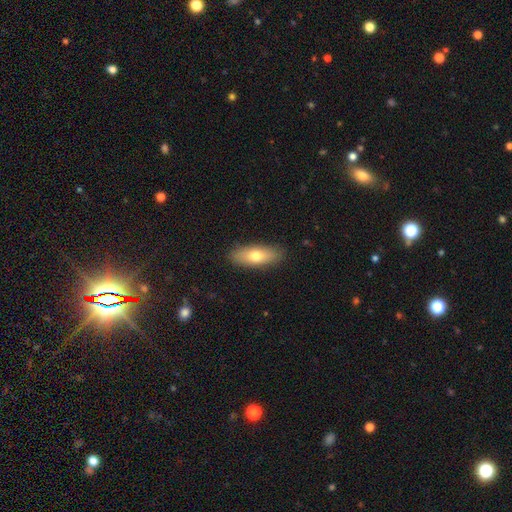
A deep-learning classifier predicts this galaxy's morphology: Overall: smooth (71%). How rounded: in between (67%; cigar-shaped 30%). Merging: none (88%).